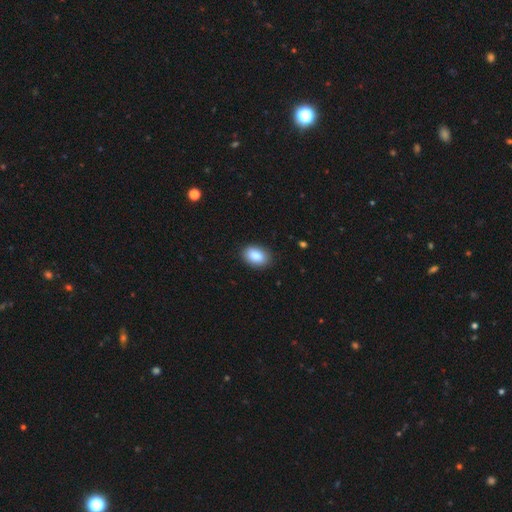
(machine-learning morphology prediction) This appears to be a smooth galaxy with no disk features (88%) that is in between round and cigar-shaped (87%). Merging: none (88%).